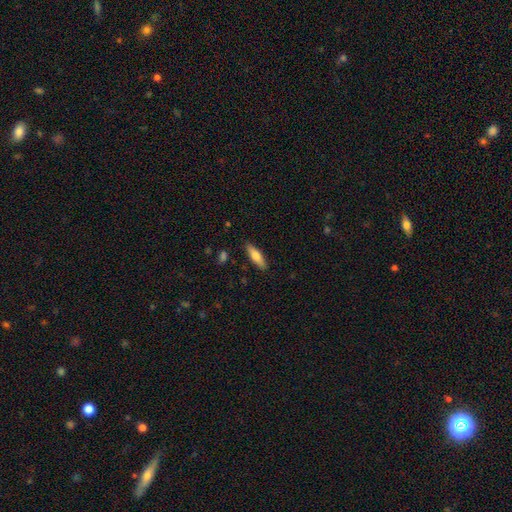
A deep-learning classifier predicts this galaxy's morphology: Overall: smooth (70%). How rounded: cigar-shaped (59%; in between 39%). Merging: none (87%).